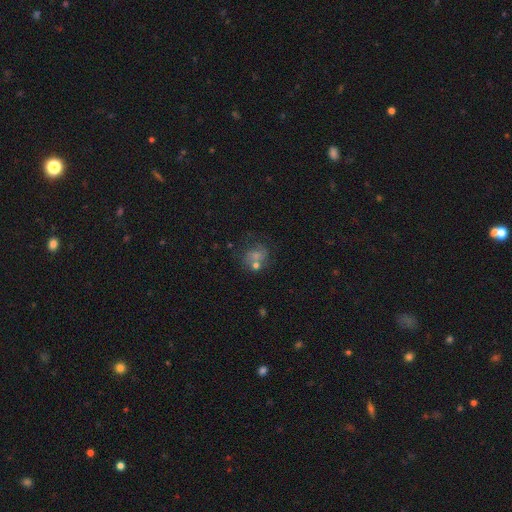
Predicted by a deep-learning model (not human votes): The model was most divided on "merging": none: 45%, merger: 22%, minor disturbance: 19%, major disturbance: 14%. More confident: how rounded — round (66%); smooth or featured — smooth (57%).